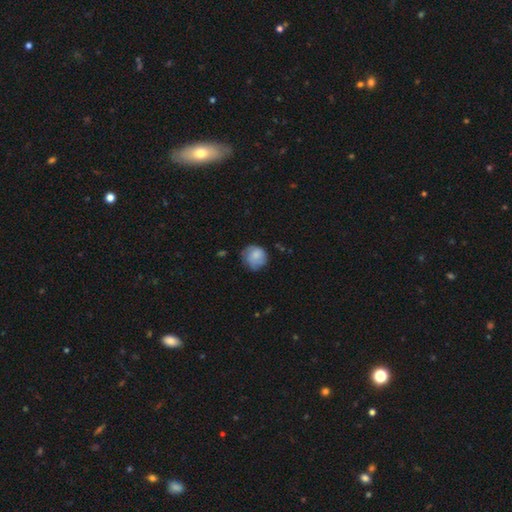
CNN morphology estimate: smooth_or_featured: smooth (p=0.77) [alt: featured or disk p=0.16]
how_rounded: round (p=0.86) [alt: in between p=0.13]
merging: none (p=0.63) [alt: minor disturbance p=0.27]